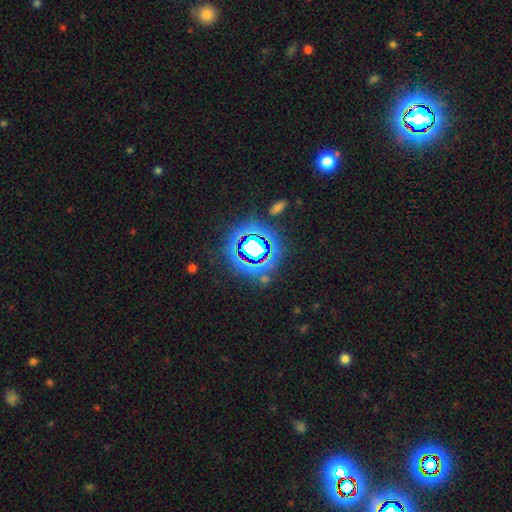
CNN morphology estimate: Smooth or featured?
  - star or artifact: 80% *
  - smooth: 12%
  - featured or disk: 8%